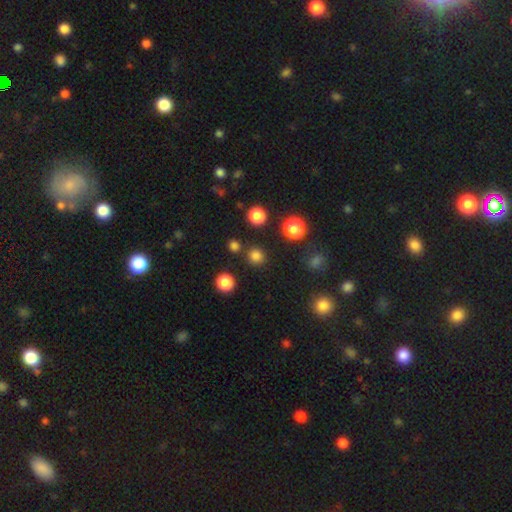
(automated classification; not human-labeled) The model was most divided on "smooth or featured": smooth: 78%, star or artifact: 18%, featured or disk: 4%. More confident: how rounded — round (91%); merging — none (85%).